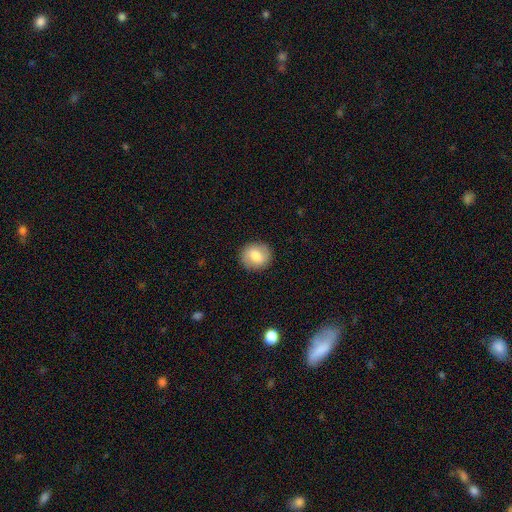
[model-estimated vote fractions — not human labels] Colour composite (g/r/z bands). It shows a smooth galaxy with no disk features (70%) that is round (85%). Merging: none (89%).